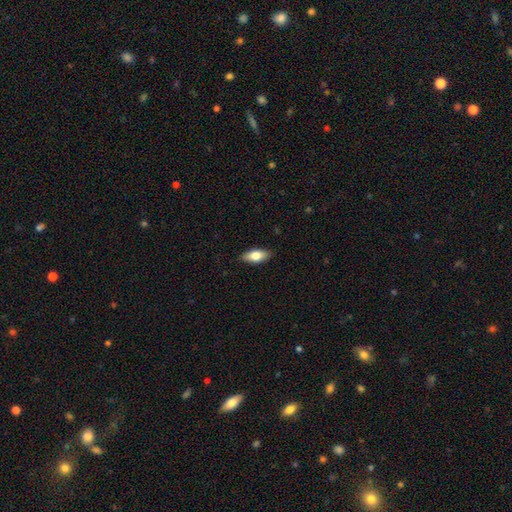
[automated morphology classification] This is likely a smooth galaxy (75%). How rounded: clearly in between (83%). Merging: clearly none (87%).